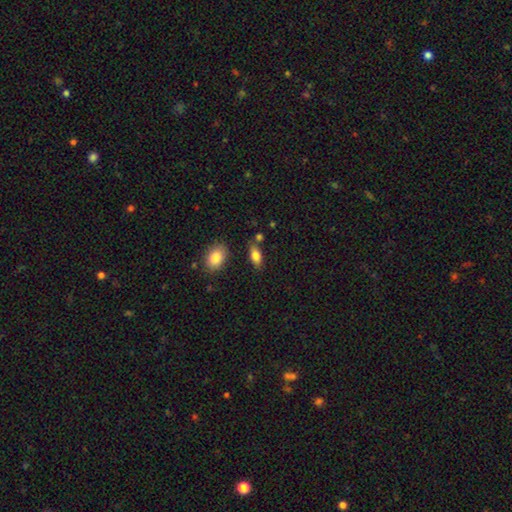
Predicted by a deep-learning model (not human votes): smooth-or-featured: smooth: 82% | featured or disk: 10% | star or artifact: 8%
  how-rounded: in between: 88% | cigar-shaped: 7% | round: 4%
  merging: none: 76% | minor disturbance: 13% | merger: 8% | major disturbance: 3%